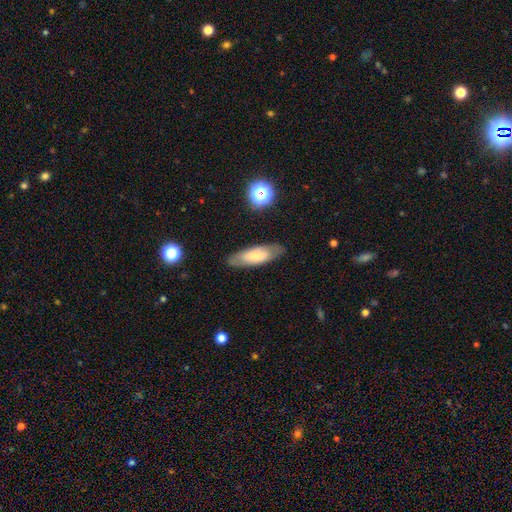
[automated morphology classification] smooth 60%, featured or disk 32%, star or artifact 8%. Down the decision tree: how rounded — in between (61%); merging — none (80%).